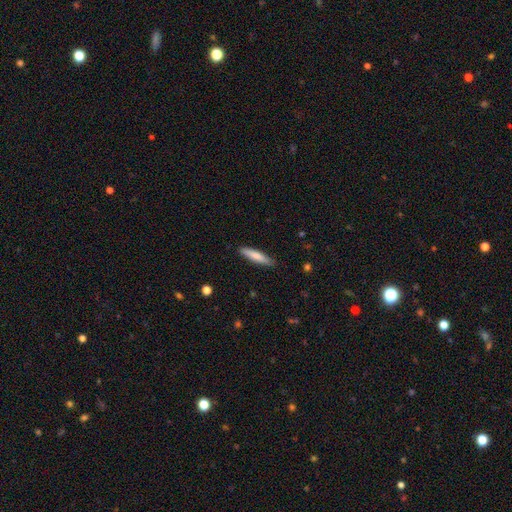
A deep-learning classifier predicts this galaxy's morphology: type=smooth (75%); roundness=cigar-shaped (87%); merging=none (88%).